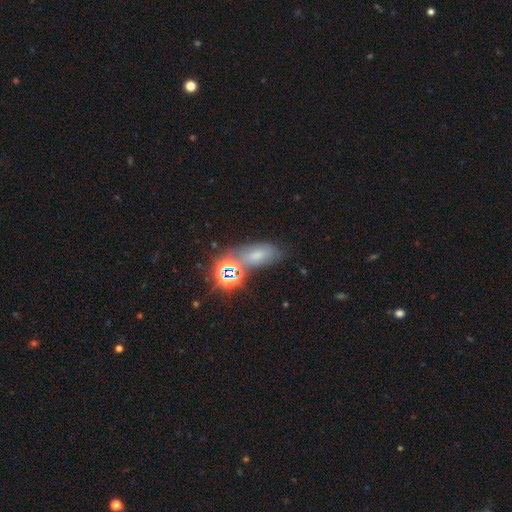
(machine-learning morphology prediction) smooth-or-featured: smooth: 46% | star or artifact: 38% | featured or disk: 16%
  merging: none: 55% | minor disturbance: 18% | merger: 18% | major disturbance: 9%